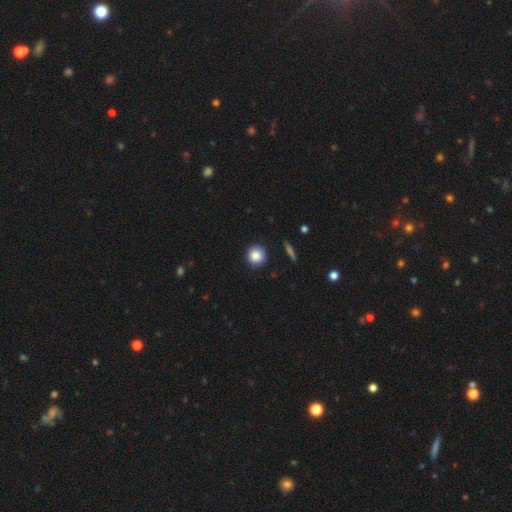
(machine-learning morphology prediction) This is clearly a smooth galaxy (86%). How rounded: clearly round (93%). Merging: clearly none (90%).